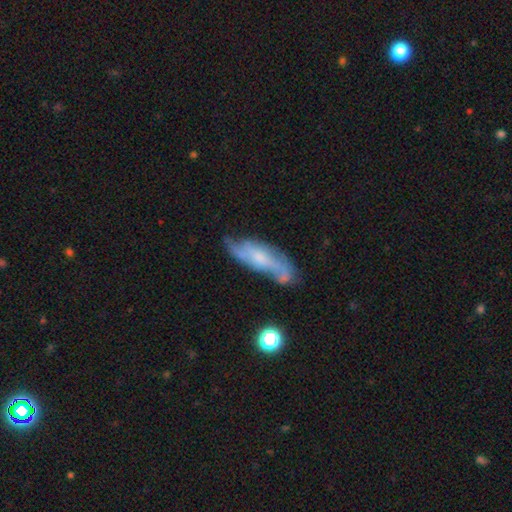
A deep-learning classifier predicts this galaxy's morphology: This is likely a featured or disk galaxy (65%). It is likely not viewed edge-on (74%). Merging: likely none (61%).